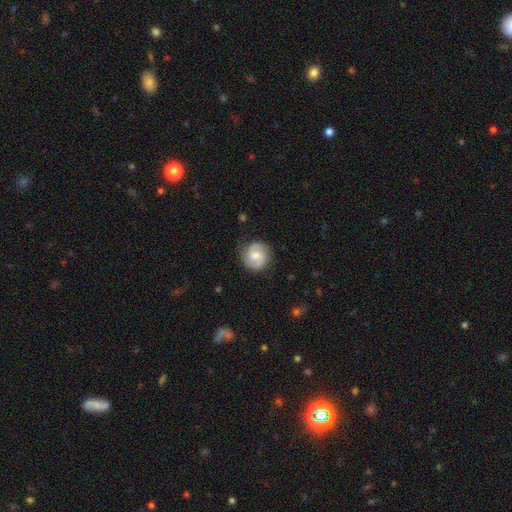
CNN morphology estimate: The model was most divided on "bar": weak: 46%, no: 45%, strong: 9%. More confident: edge-on disk — no (98%); spiral arms — yes (89%); merging — none (82%); bulge size — moderate (57%); smooth or featured — featured or disk (52%).